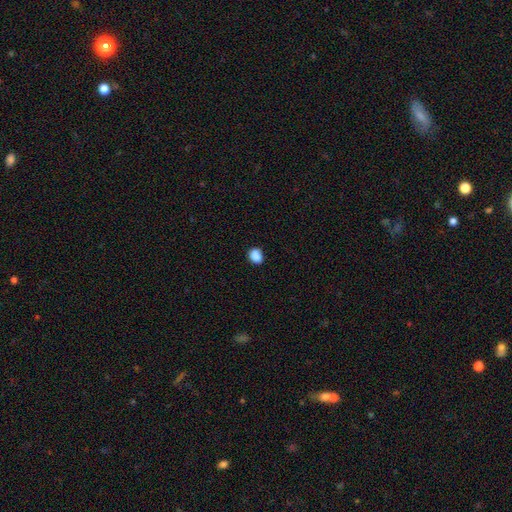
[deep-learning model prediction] A smooth galaxy with no disk features (87%) that is in between round and cigar-shaped (55%). Merging: none (81%).